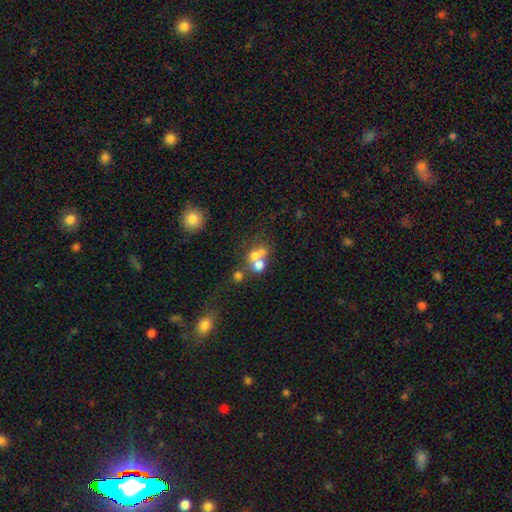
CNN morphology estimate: smooth-or-featured: smooth: 60% | featured or disk: 24% | star or artifact: 16%
  how-rounded: round: 68% | in between: 31% | cigar-shaped: 1%
  merging: merger: 58% | none: 27% | minor disturbance: 8% | major disturbance: 8%